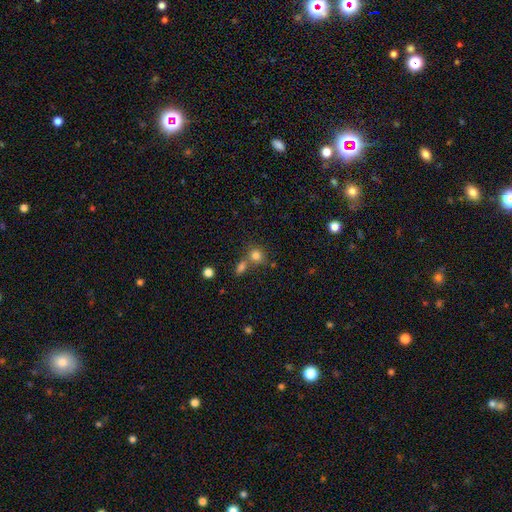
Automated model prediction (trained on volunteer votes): A smooth galaxy with no disk features (80%) that is round (77%). Merging: none (55%).